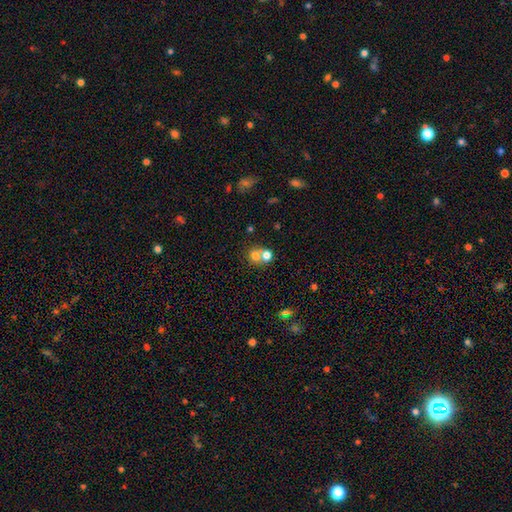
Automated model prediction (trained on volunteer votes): smooth_or_featured: smooth (p=0.69) [alt: featured or disk p=0.17]
how_rounded: round (p=0.76) [alt: in between p=0.23]
merging: merger (p=0.55) [alt: none p=0.36]